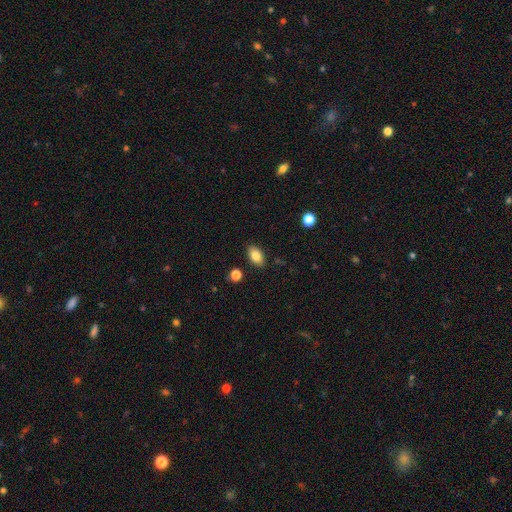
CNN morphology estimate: This is clearly a smooth galaxy (83%). How rounded: clearly in between (90%). Merging: clearly none (87%).